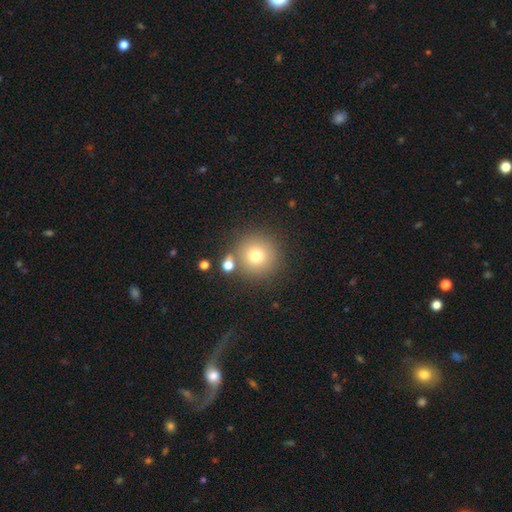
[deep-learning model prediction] smooth-or-featured: smooth: 74% | star or artifact: 14% | featured or disk: 12%
  how-rounded: round: 95% | in between: 4% | cigar-shaped: 1%
  merging: none: 79% | merger: 10% | minor disturbance: 8% | major disturbance: 3%